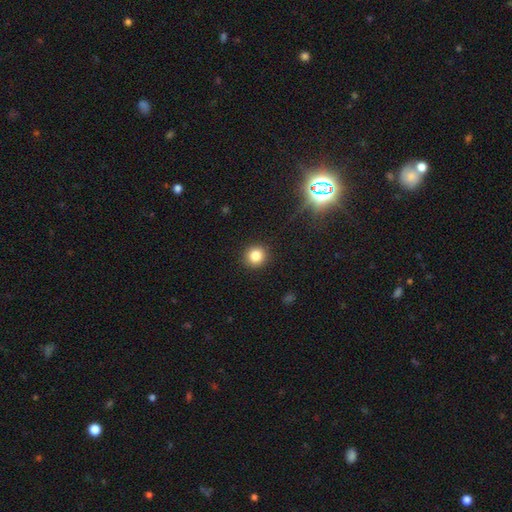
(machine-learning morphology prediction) smooth 82%, star or artifact 13%, featured or disk 5%. Down the decision tree: how rounded — round (92%); merging — none (91%).